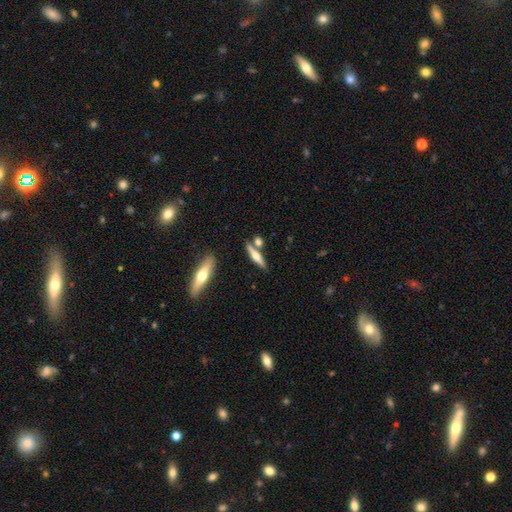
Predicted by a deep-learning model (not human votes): This appears to be a featured or disk galaxy (52%) viewed edge-on (95%). Merging: none (72%).